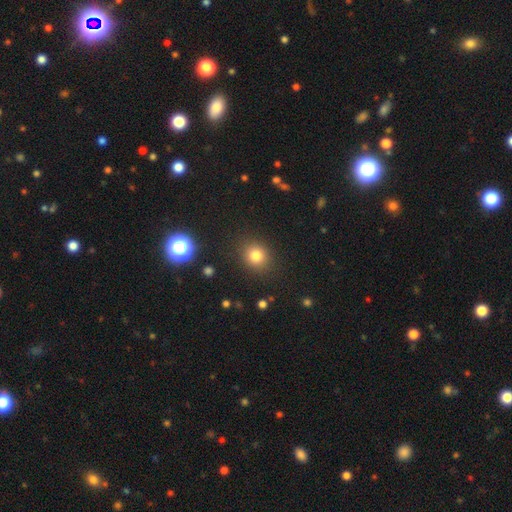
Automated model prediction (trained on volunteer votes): A smooth galaxy with no disk features (79%) that is round (78%).

Vote fractions:
- Smooth or featured? smooth: 79% / star or artifact: 15% / featured or disk: 7%
- How rounded? round: 78% / in between: 21% / cigar-shaped: 1%
- Merging? none: 87% / minor disturbance: 8% / major disturbance: 3% / merger: 2%